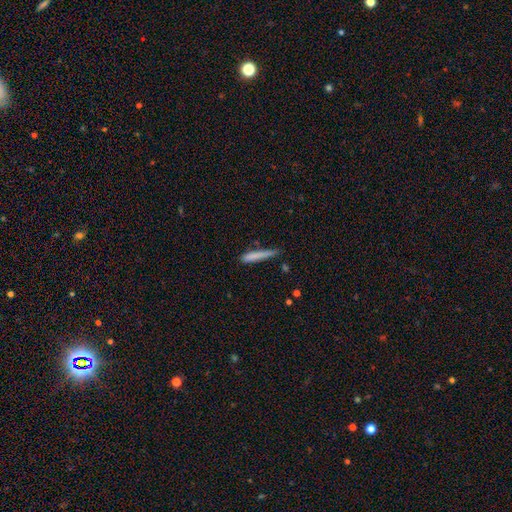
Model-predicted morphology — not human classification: This is likely a smooth galaxy (79%). How rounded: clearly cigar-shaped (93%). Merging: likely none (65%).